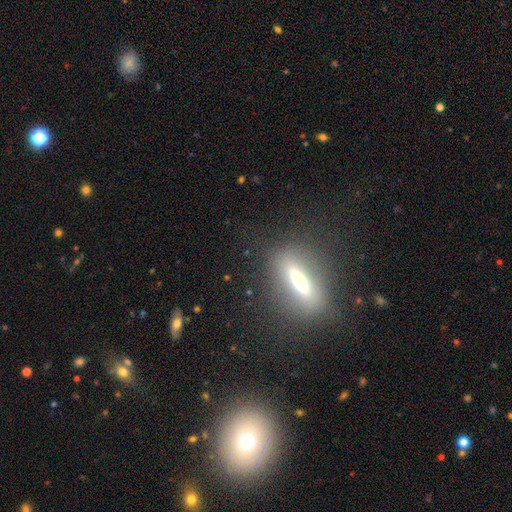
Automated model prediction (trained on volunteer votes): smooth_or_featured: featured or disk (p=0.49) [alt: smooth p=0.32]
merging: none (p=0.80) [alt: minor disturbance p=0.11]